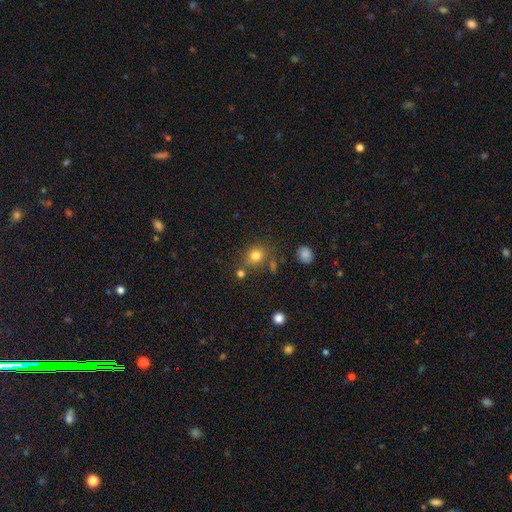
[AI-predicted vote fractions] smooth-or-featured: smooth: 78% | star or artifact: 15% | featured or disk: 8%
  how-rounded: round: 72% | in between: 27% | cigar-shaped: 1%
  merging: none: 70% | minor disturbance: 13% | merger: 11% | major disturbance: 5%